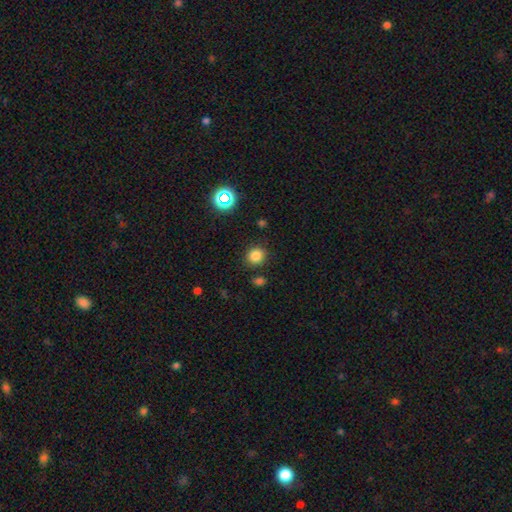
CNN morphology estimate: smooth_or_featured: smooth (p=0.81) [alt: star or artifact p=0.14]
how_rounded: round (p=0.84) [alt: in between p=0.15]
merging: none (p=0.84) [alt: minor disturbance p=0.09]